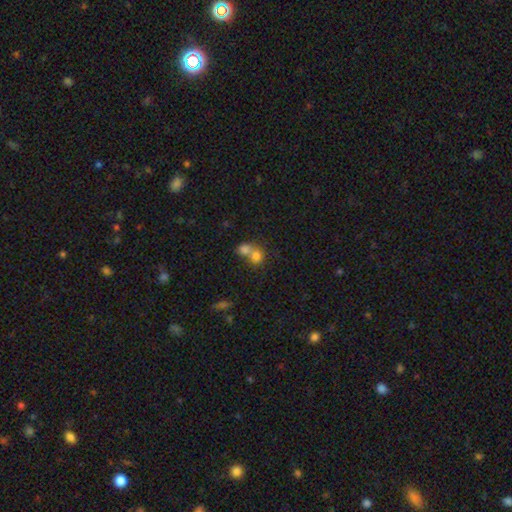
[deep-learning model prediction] Overall: smooth (76%). How rounded: round (73%). Merging: merger (65%; none 27%).